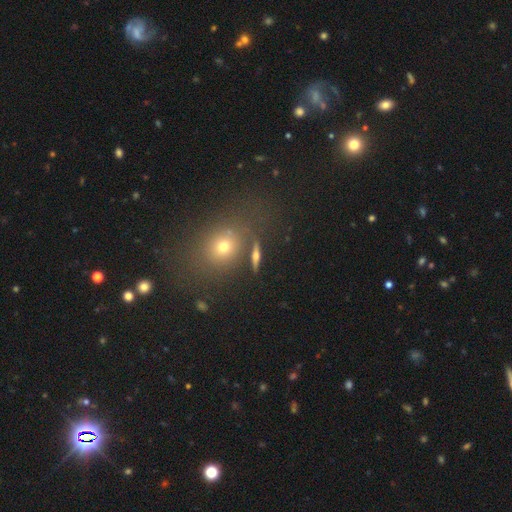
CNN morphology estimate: The model was most divided on "smooth or featured": featured or disk: 44%, smooth: 41%, star or artifact: 15%. More confident: merging — none (77%).